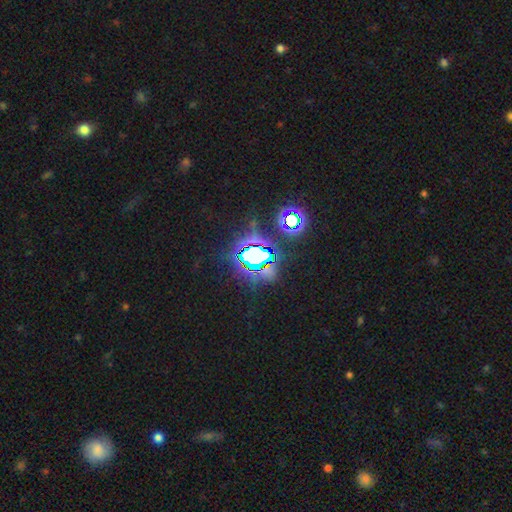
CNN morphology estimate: Smooth or featured: star or artifact — 74% (smooth — 16%)